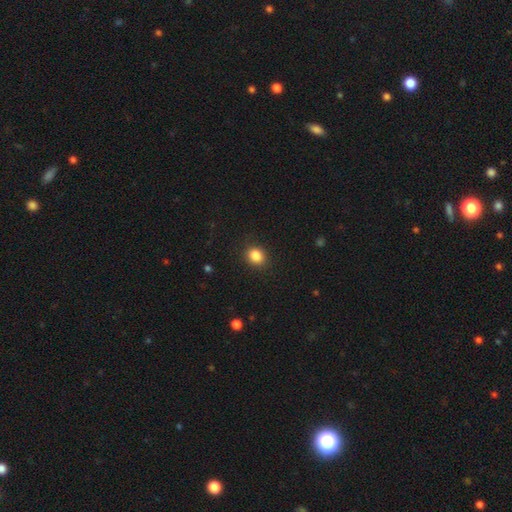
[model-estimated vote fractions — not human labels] Overall: smooth (86%). How rounded: round (59%; in between 40%). Merging: none (88%).